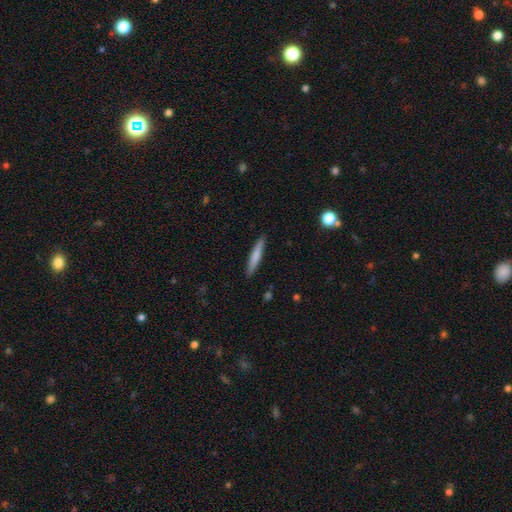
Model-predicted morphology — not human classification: Smooth or featured?
  - smooth: 73% *
  - featured or disk: 22%
  - star or artifact: 5%
How rounded?
  - cigar-shaped: 93% *
  - in between: 6%
  - round: 1%
Merging?
  - none: 90% *
  - minor disturbance: 8%
  - major disturbance: 2%
  - merger: 1%